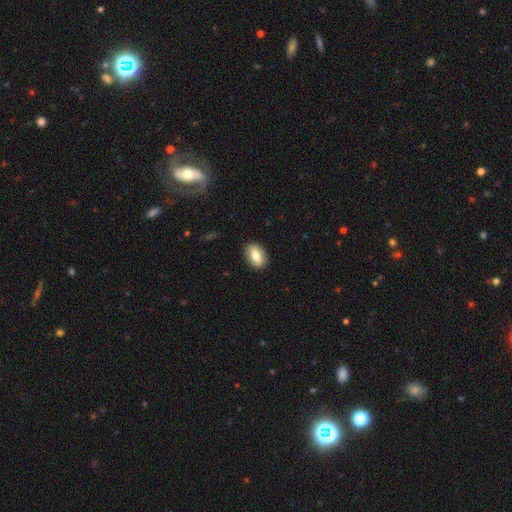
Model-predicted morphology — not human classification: Overall: smooth (72%). How rounded: in between (84%). Merging: none (87%).